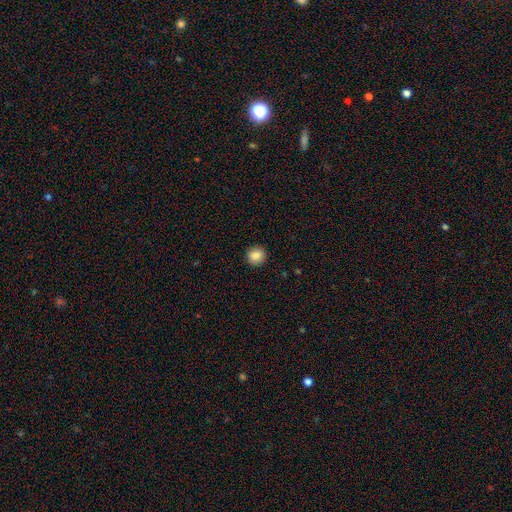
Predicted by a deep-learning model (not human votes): This is clearly a smooth galaxy (86%). How rounded: clearly round (92%). Merging: clearly none (92%).